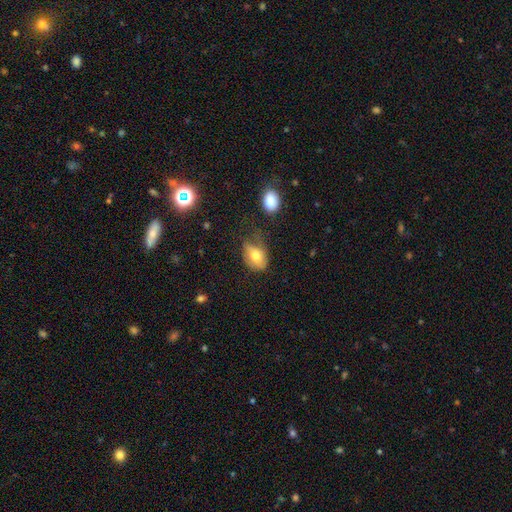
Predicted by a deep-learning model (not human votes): Smooth or featured? Predicted: smooth (p=0.70). How rounded? Predicted: in between (p=0.78). Merging? Predicted: none (p=0.42).